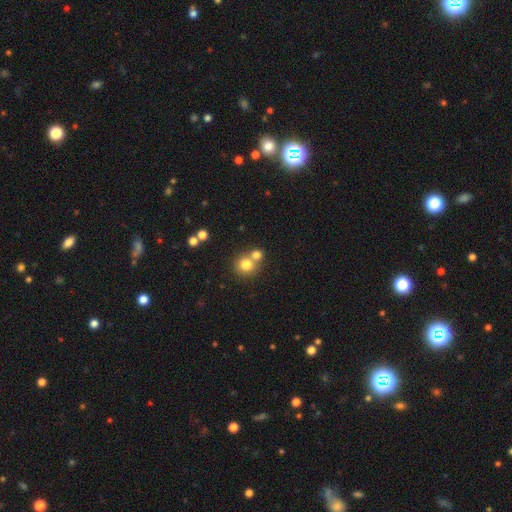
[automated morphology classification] A smooth galaxy with no disk features (77%) that is round (87%).

Vote fractions:
- Smooth or featured? smooth: 77% / star or artifact: 13% / featured or disk: 10%
- How rounded? round: 87% / in between: 12% / cigar-shaped: 1%
- Merging? none: 49% / merger: 42% / minor disturbance: 6% / major disturbance: 3%